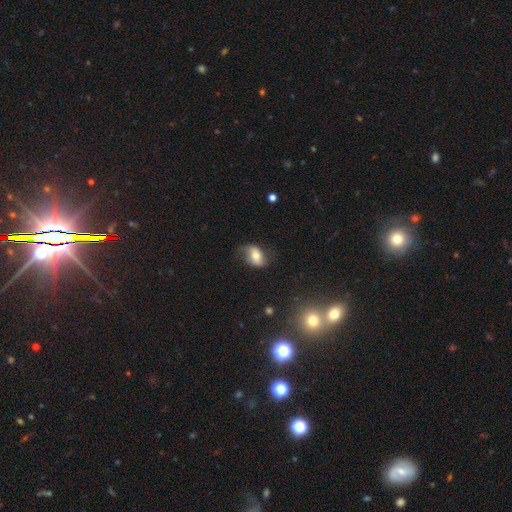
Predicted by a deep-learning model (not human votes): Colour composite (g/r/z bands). It shows a smooth galaxy with no disk features (52%) that is in between round and cigar-shaped (84%). Merging: none (58%).